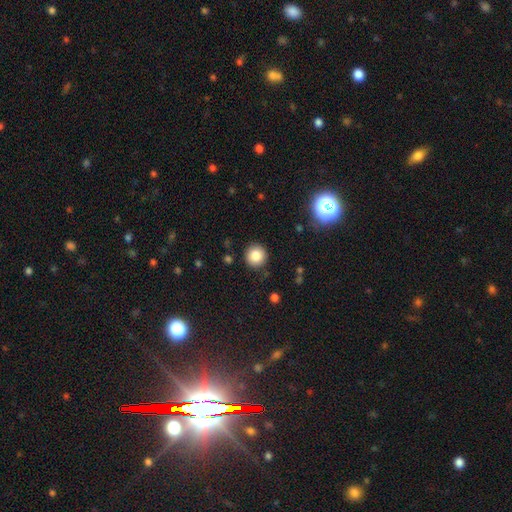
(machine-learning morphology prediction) A smooth galaxy with no disk features (83%) that is round (94%).

Vote fractions:
- Smooth or featured? smooth: 83% / star or artifact: 10% / featured or disk: 6%
- How rounded? round: 94% / in between: 5% / cigar-shaped: 1%
- Merging? none: 90% / minor disturbance: 6% / major disturbance: 2% / merger: 1%